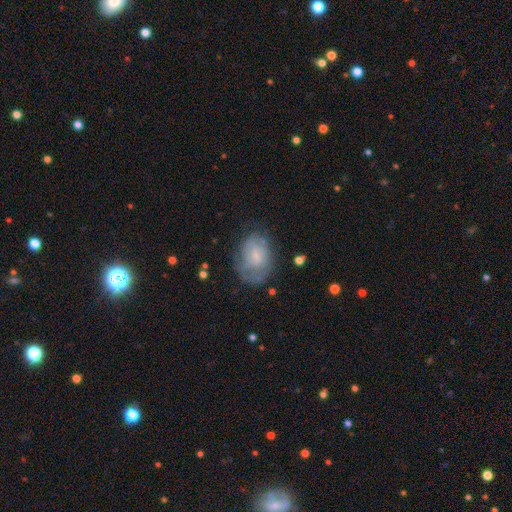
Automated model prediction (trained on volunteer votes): Smooth or featured? Predicted: featured or disk (p=0.47). Merging? Predicted: none (p=0.60).